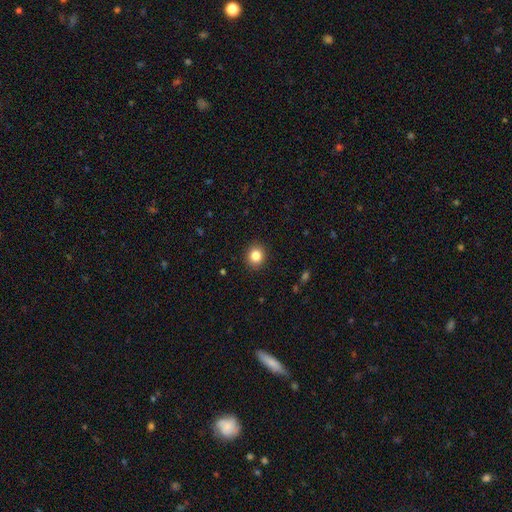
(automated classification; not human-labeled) Overall: smooth (84%). How rounded: round (79%). Merging: none (91%).